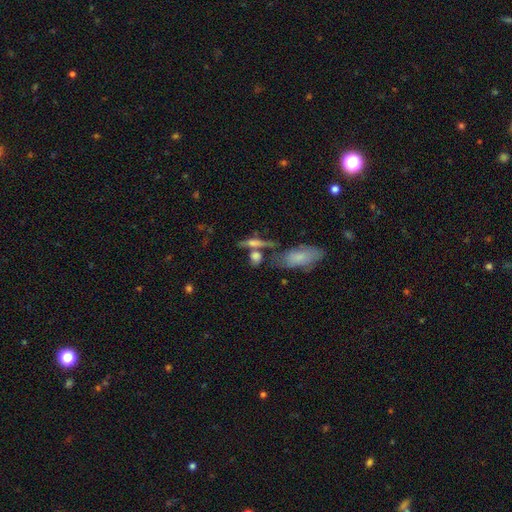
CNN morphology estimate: Smooth or featured?
  - smooth: 62% *
  - featured or disk: 27%
  - star or artifact: 11%
How rounded?
  - in between: 46% *
  - cigar-shaped: 30%
  - round: 24%
Merging?
  - none: 50% *
  - merger: 28%
  - minor disturbance: 14%
  - major disturbance: 8%